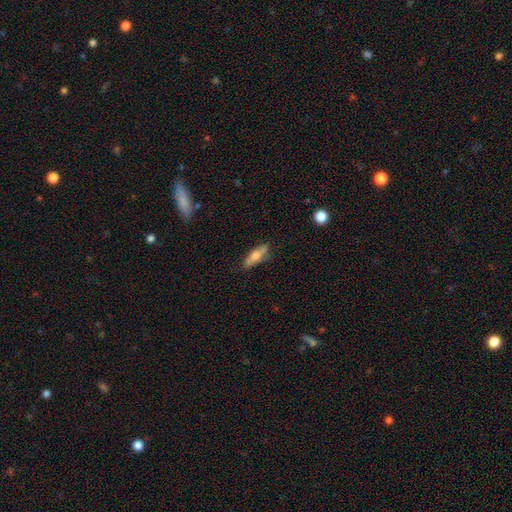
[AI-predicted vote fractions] Smooth or featured? Predicted: smooth (p=0.56). How rounded? Predicted: cigar-shaped (p=0.57). Merging? Predicted: none (p=0.82).